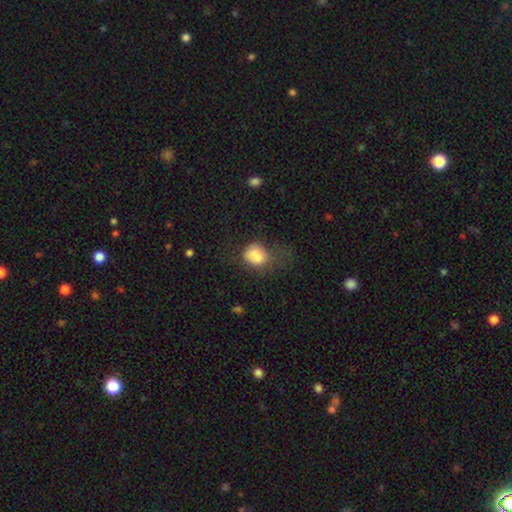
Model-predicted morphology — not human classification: Q: Smooth or featured?
A: smooth (82%); runner-up: featured or disk (9%)
Q: How rounded?
A: round (52%); runner-up: in between (47%)
Q: Merging?
A: none (37%); runner-up: minor disturbance (30%)